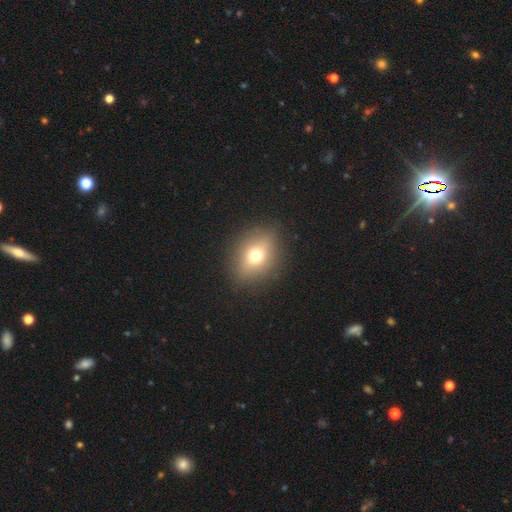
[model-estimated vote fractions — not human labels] Overall: smooth (67%). How rounded: in between (56%; round 42%). Merging: none (87%).